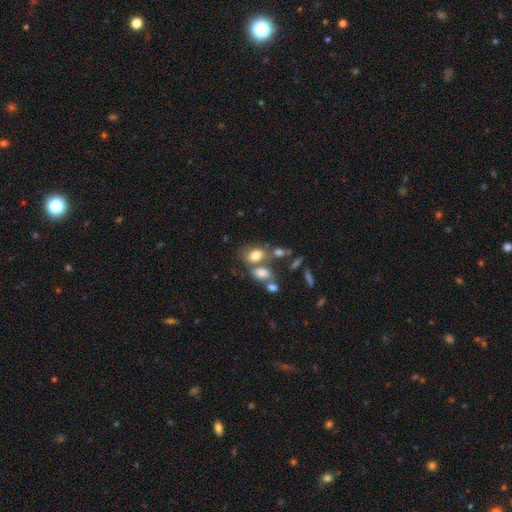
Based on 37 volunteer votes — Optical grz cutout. It shows a smooth galaxy with no disk features (84%) that is in between round and cigar-shaped (81%). Merging: none (43%, tied with merger).